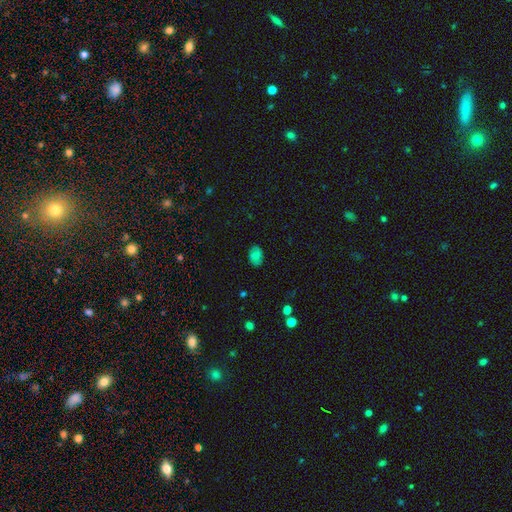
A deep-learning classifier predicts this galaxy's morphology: The model was most divided on "smooth or featured": smooth: 66%, featured or disk: 24%, star or artifact: 10%. More confident: merging — none (85%); how rounded — in between (74%).